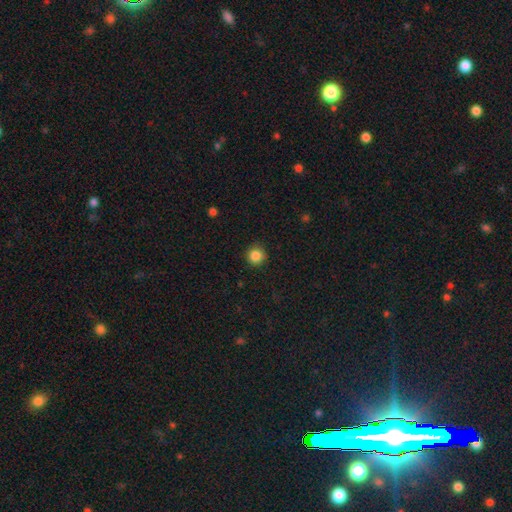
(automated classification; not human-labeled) The model was most divided on "smooth or featured": smooth: 86%, star or artifact: 11%, featured or disk: 4%. More confident: how rounded — round (94%); merging — none (90%).